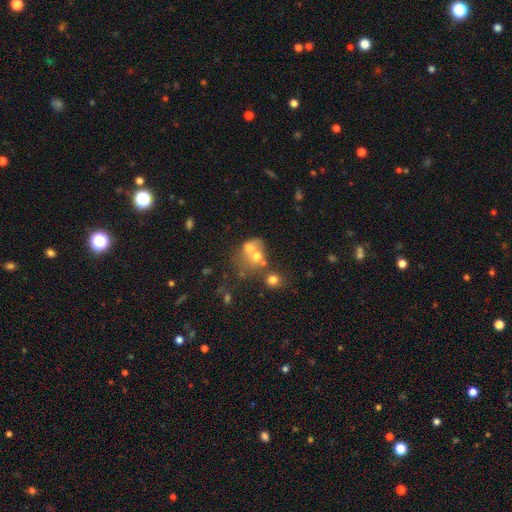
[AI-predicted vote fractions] The model was most divided on "how rounded": round: 61%, in between: 38%, cigar-shaped: 1%. More confident: merging — merger (56%); smooth or featured — smooth (55%).